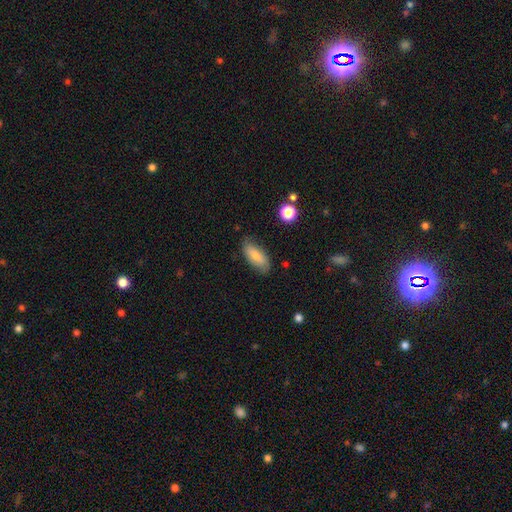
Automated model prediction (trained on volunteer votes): smooth-or-featured: smooth: 79% | featured or disk: 14% | star or artifact: 7%
  how-rounded: in between: 81% | cigar-shaped: 17% | round: 2%
  merging: none: 76% | minor disturbance: 18% | major disturbance: 4% | merger: 2%